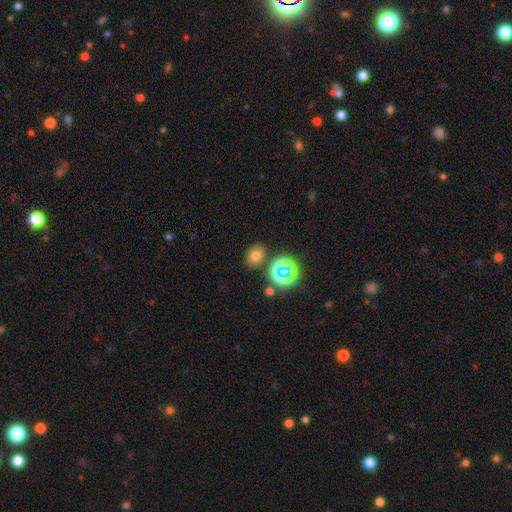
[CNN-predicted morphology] smooth_or_featured: smooth (p=0.67) [alt: star or artifact p=0.23]
how_rounded: in between (p=0.59) [alt: round p=0.40]
merging: none (p=0.81) [alt: minor disturbance p=0.11]